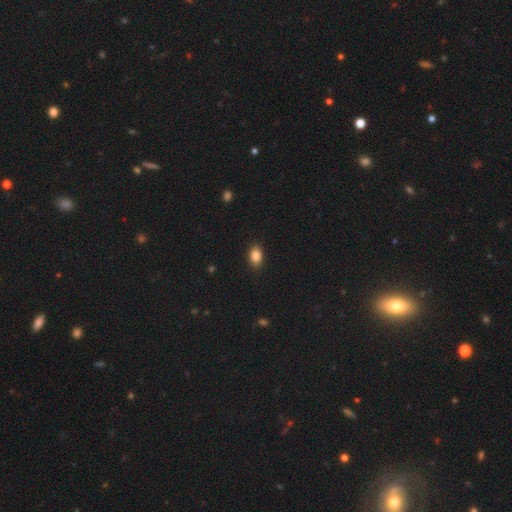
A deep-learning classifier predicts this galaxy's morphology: The model was most divided on "how rounded": in between: 87%, round: 11%, cigar-shaped: 2%. More confident: merging — none (89%); smooth or featured — smooth (86%).